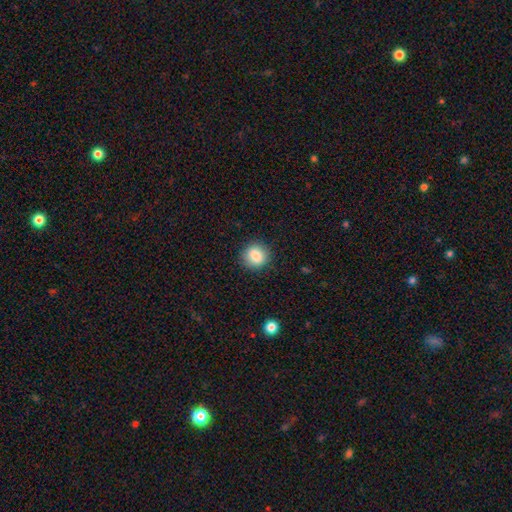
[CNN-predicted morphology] Smooth or featured? smooth (84%)
How rounded? round (84%)
Merging? none (88%)